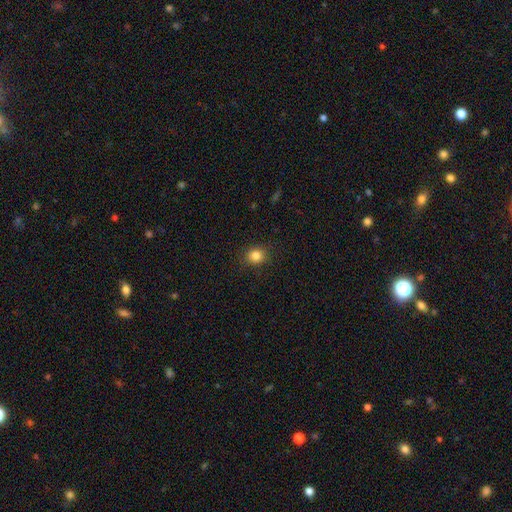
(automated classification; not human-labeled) Smooth or featured? smooth (84%)
How rounded? round (71%)
Merging? none (88%)